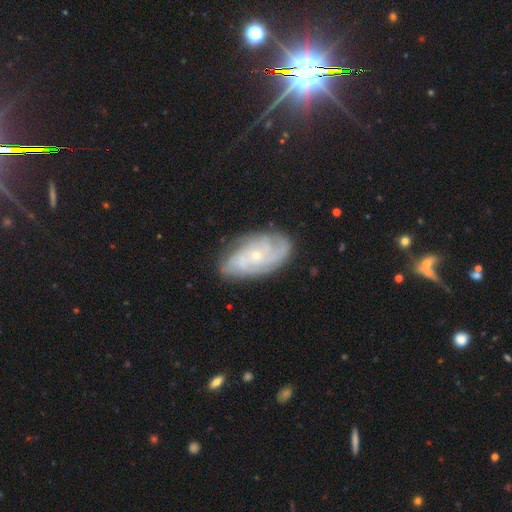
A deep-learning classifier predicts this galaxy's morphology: Smooth or featured: featured or disk — 80% (smooth — 13%)
Edge-on disk: no — 95% (yes — 5%)
Bar: no — 77% (weak — 19%)
Spiral arms: yes — 95% (no — 5%)
Spiral winding: tight — 64% (medium — 29%)
Spiral arm count: can't tell — 32% (3 — 22%)
Bulge size: small — 75% (moderate — 21%)
Merging: none — 78% (minor disturbance — 16%)